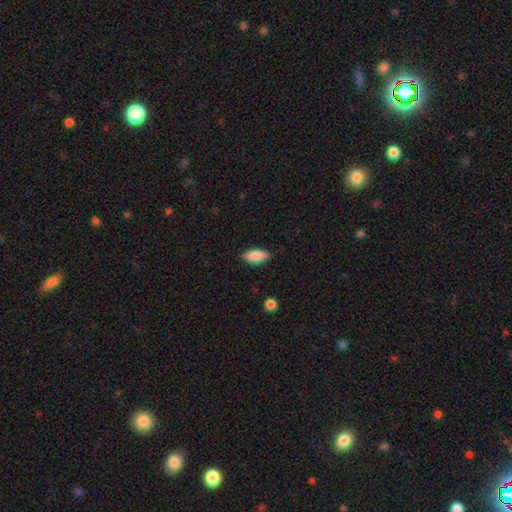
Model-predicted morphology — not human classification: A smooth galaxy with no disk features (87%) that is in between round and cigar-shaped (84%).

Vote fractions:
- Smooth or featured? smooth: 87% / star or artifact: 7% / featured or disk: 6%
- How rounded? in between: 84% / cigar-shaped: 14% / round: 2%
- Merging? none: 85% / minor disturbance: 11% / major disturbance: 2% / merger: 1%